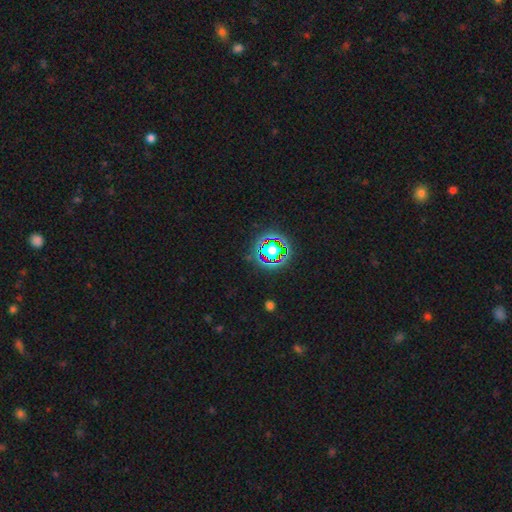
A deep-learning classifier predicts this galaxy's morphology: This is likely a star or artifact rather than a galaxy (77%).